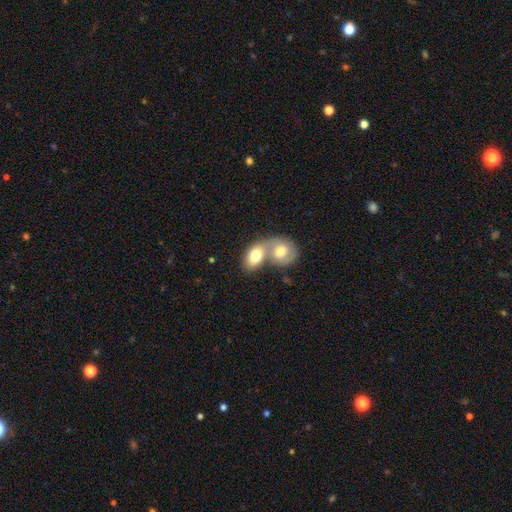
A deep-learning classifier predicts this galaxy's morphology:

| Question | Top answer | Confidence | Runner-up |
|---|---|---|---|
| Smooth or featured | smooth | 71% | featured or disk (24%) |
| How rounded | in between | 80% | round (18%) |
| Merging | merger | 71% | none (19%) |